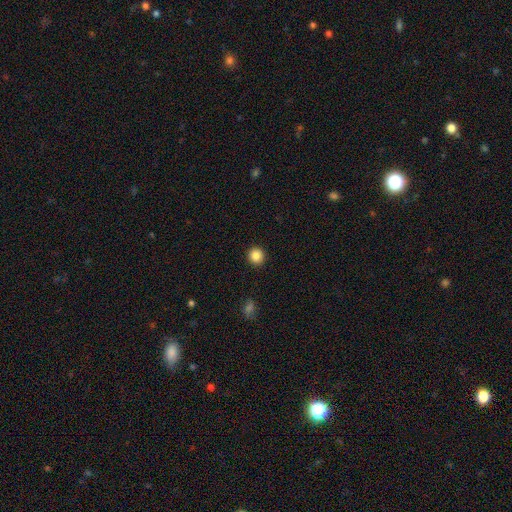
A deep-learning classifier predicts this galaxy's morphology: Smooth or featured?
  - smooth: 86% *
  - star or artifact: 10%
  - featured or disk: 4%
How rounded?
  - round: 94% *
  - in between: 5%
  - cigar-shaped: 1%
Merging?
  - none: 93% *
  - minor disturbance: 4%
  - major disturbance: 2%
  - merger: 1%